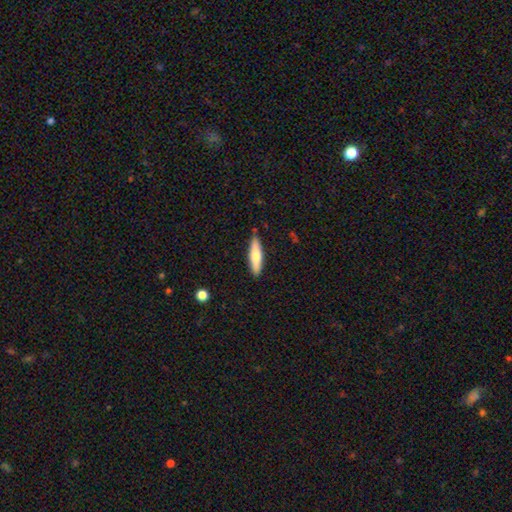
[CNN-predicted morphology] This appears to be a smooth galaxy with no disk features (62%) that is cigar-shaped (71%). Merging: none (87%).